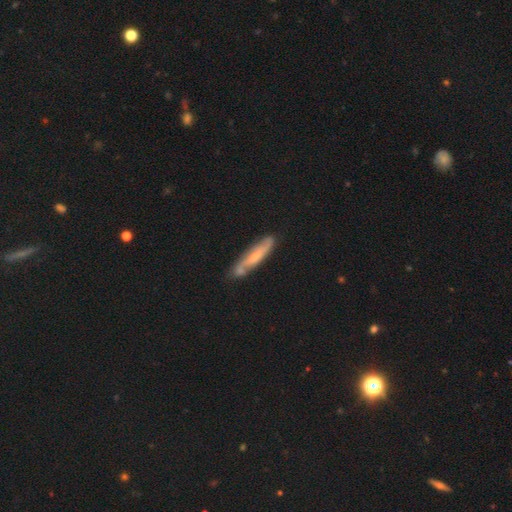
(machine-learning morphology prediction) A featured or disk galaxy (53%) viewed edge-on (52%). Merging: none (70%).